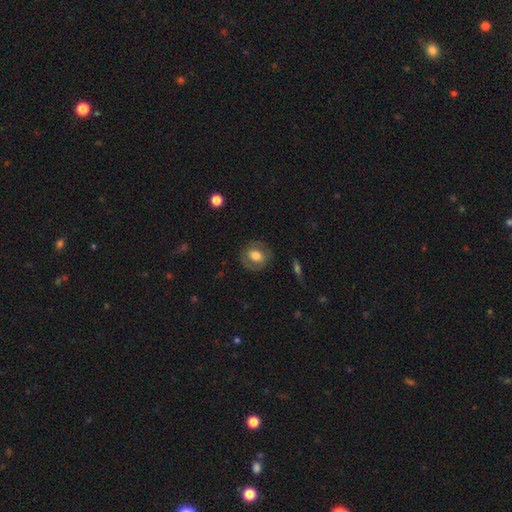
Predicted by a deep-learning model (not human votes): This is likely a smooth galaxy (63%). How rounded: likely round (70%). Merging: clearly none (82%).